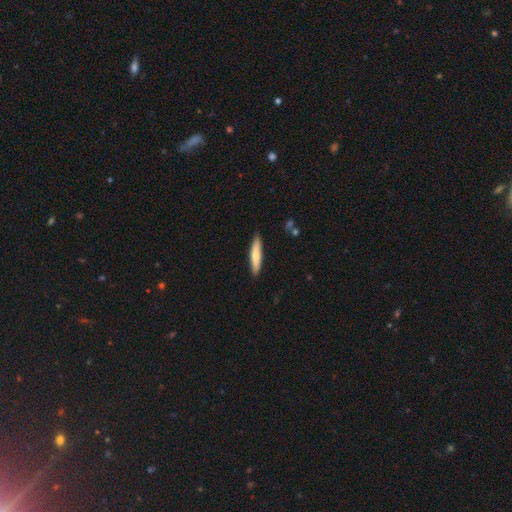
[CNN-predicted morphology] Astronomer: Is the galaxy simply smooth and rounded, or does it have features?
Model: smooth — 65%.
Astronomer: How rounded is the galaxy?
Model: cigar-shaped — 84%.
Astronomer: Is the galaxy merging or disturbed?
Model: none — 89%.